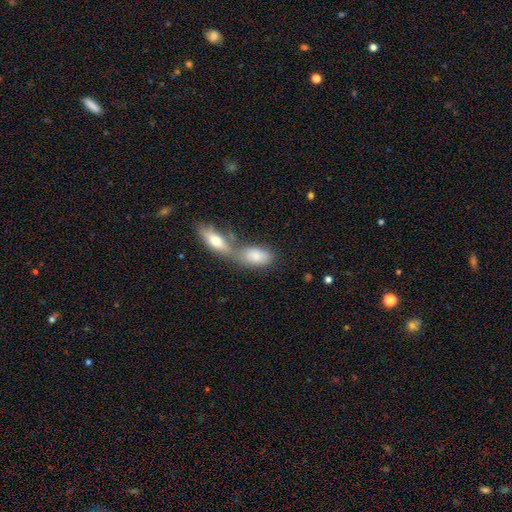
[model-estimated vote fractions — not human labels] Q: Smooth or featured?
A: smooth (78%); runner-up: featured or disk (15%)
Q: How rounded?
A: in between (88%); runner-up: cigar-shaped (8%)
Q: Merging?
A: merger (49%); runner-up: none (36%)